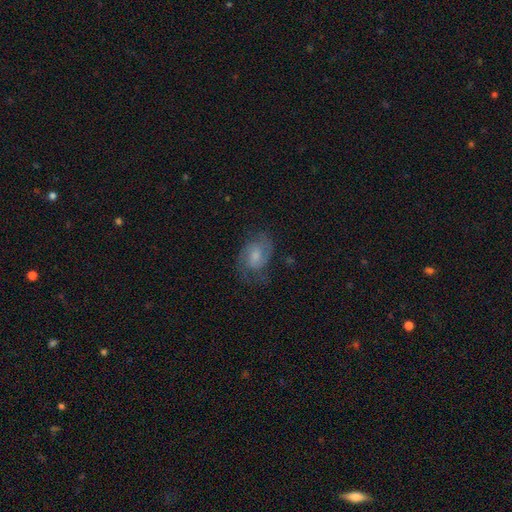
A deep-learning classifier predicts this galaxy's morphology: Smooth or featured?
  - featured or disk: 63% *
  - smooth: 28%
  - star or artifact: 8%
Edge-on disk?
  - no: 97% *
  - yes: 3%
Bar?
  - no: 47% *
  - weak: 46%
  - strong: 7%
Spiral arms?
  - yes: 90% *
  - no: 10%
Spiral winding?
  - medium: 50% *
  - tight: 30%
  - loose: 20%
Spiral arm count?
  - 2: 73% *
  - can't tell: 15%
  - 1: 5%
  - 3: 4%
  - 4: 2%
  - more than 4: 2%
Bulge size?
  - moderate: 43% *
  - small: 37%
  - none: 11%
  - large: 8%
  - dominant: 1%
Merging?
  - none: 64% *
  - minor disturbance: 21%
  - major disturbance: 13%
  - merger: 1%